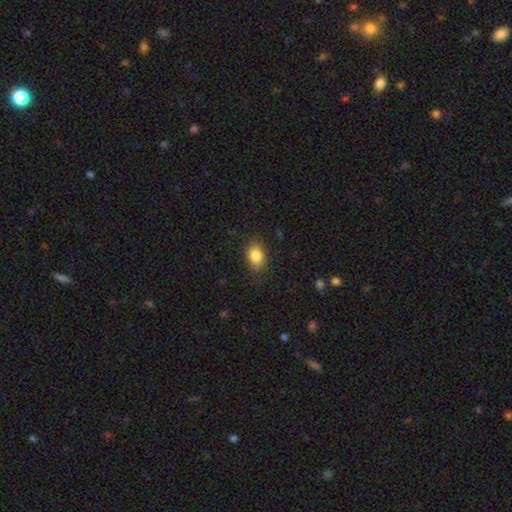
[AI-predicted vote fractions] This appears to be a smooth galaxy with no disk features (84%) that is in between round and cigar-shaped (75%). Merging: none (83%).